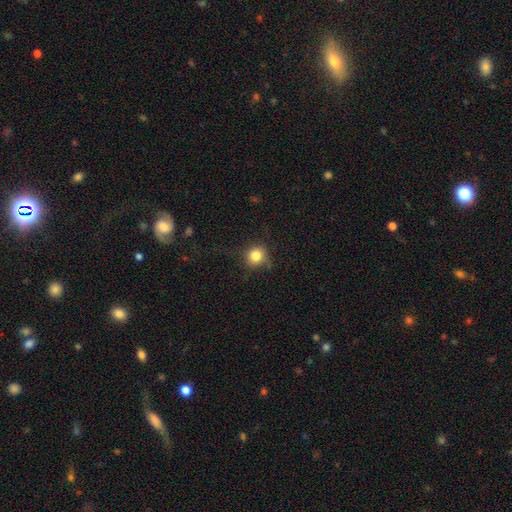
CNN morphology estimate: smooth_or_featured: smooth (p=0.81) [alt: star or artifact p=0.11]
how_rounded: round (p=0.87) [alt: in between p=0.12]
merging: none (p=0.70) [alt: minor disturbance p=0.21]